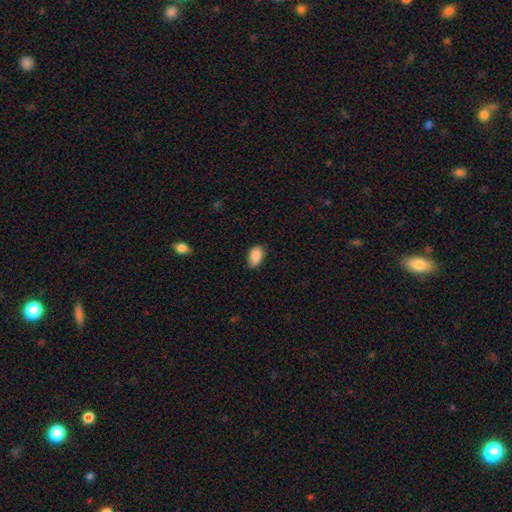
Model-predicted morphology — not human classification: Smooth or featured: smooth — 89% (star or artifact — 7%)
How rounded: in between — 92% (round — 6%)
Merging: none — 80% (minor disturbance — 16%)